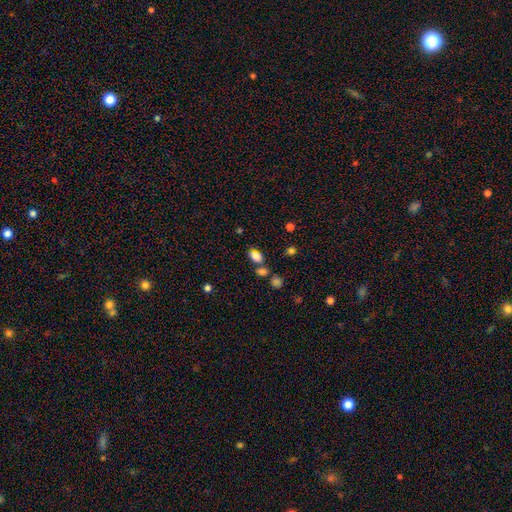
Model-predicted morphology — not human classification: Smooth or featured?
  - smooth: 80% *
  - star or artifact: 13%
  - featured or disk: 7%
How rounded?
  - in between: 87% *
  - round: 11%
  - cigar-shaped: 3%
Merging?
  - none: 63% *
  - merger: 19%
  - minor disturbance: 13%
  - major disturbance: 5%